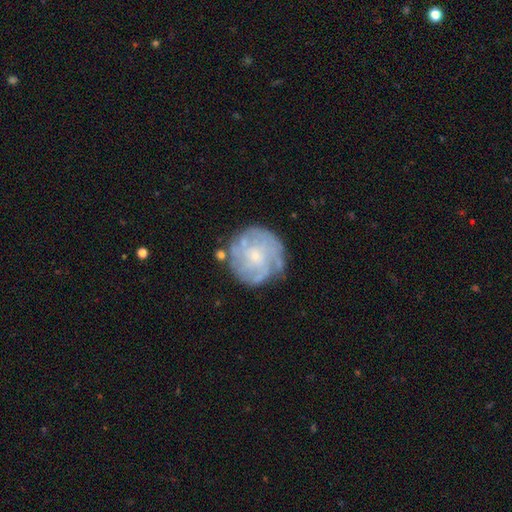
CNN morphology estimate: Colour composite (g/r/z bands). It shows a featured or disk galaxy (73%) with no bar (77%), tight (64%) spiral arms (83%) and a small central bulge (81%). Merging: none (71%).